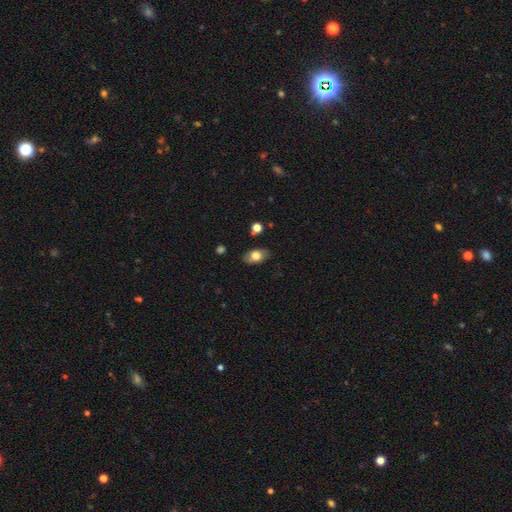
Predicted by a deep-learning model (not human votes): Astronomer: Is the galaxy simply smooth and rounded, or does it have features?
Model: smooth — 72%.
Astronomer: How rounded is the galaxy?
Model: in between — 89%.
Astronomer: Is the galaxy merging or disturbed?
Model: none — 83%.